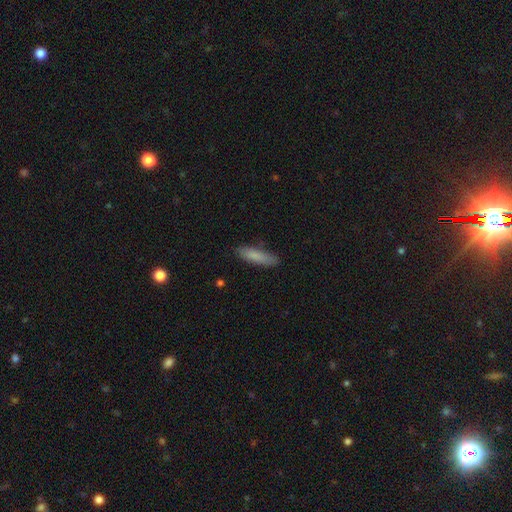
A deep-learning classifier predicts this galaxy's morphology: Overall: smooth (83%). How rounded: cigar-shaped (71%). Merging: none (81%).